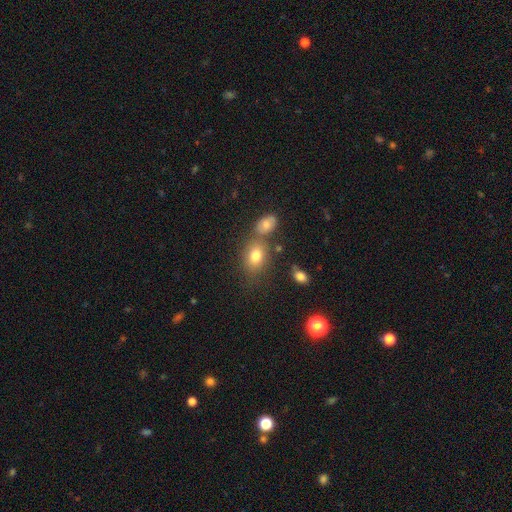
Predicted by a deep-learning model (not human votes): Smooth or featured?
  - smooth: 77% *
  - featured or disk: 12%
  - star or artifact: 11%
How rounded?
  - in between: 73% *
  - round: 26%
  - cigar-shaped: 1%
Merging?
  - none: 59% *
  - merger: 22%
  - minor disturbance: 14%
  - major disturbance: 5%